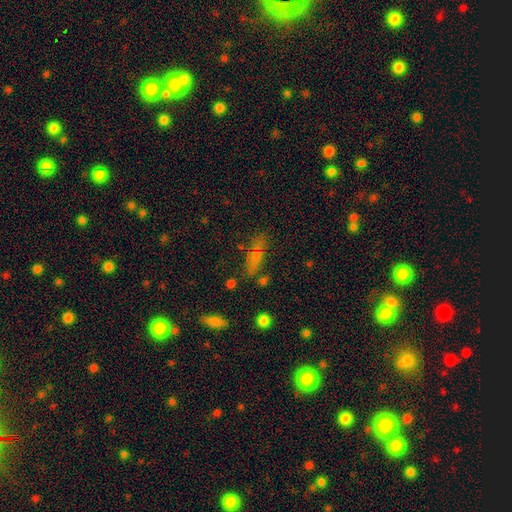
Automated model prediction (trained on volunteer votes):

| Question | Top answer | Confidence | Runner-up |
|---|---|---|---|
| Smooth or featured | smooth | 64% | featured or disk (18%) |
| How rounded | cigar-shaped | 48% | in between (47%) |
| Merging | none | 70% | minor disturbance (17%) |